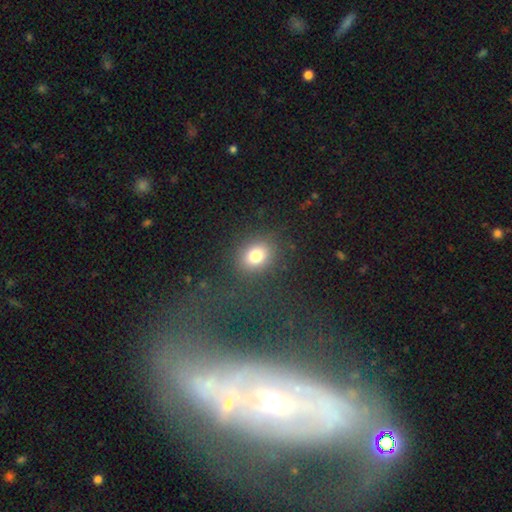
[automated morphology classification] Q: Smooth or featured?
A: smooth (78%); runner-up: star or artifact (14%)
Q: How rounded?
A: round (50%); runner-up: in between (48%)
Q: Merging?
A: none (83%); runner-up: minor disturbance (9%)